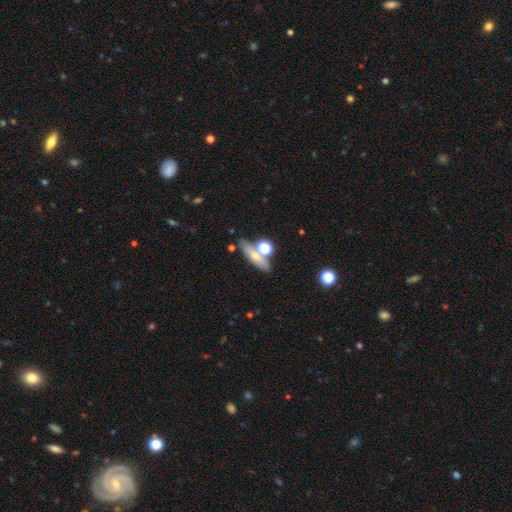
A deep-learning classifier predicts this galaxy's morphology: Smooth or featured? Predicted: smooth (p=0.57). How rounded? Predicted: cigar-shaped (p=0.52). Merging? Predicted: none (p=0.66).